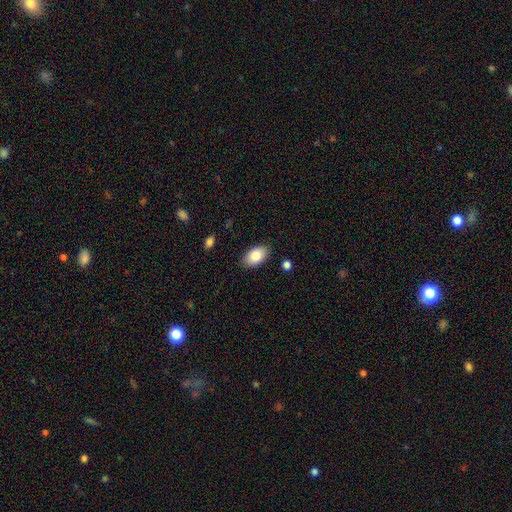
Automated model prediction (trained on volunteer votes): The model was most divided on "smooth or featured": smooth: 83%, featured or disk: 10%, star or artifact: 7%. More confident: how rounded — in between (94%); merging — none (87%).